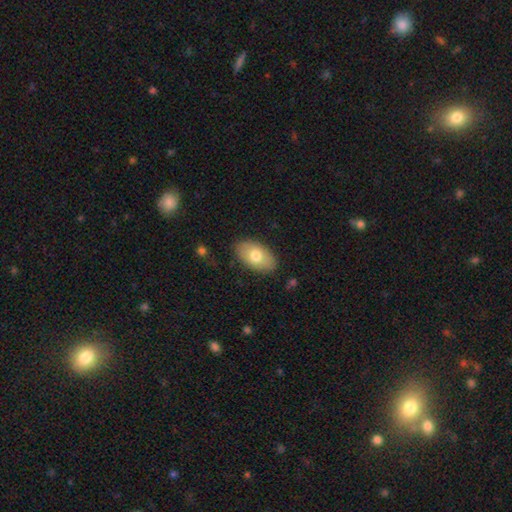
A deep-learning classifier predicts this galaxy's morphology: smooth 74%, featured or disk 19%, star or artifact 6%. Down the decision tree: how rounded — in between (93%); merging — none (85%).